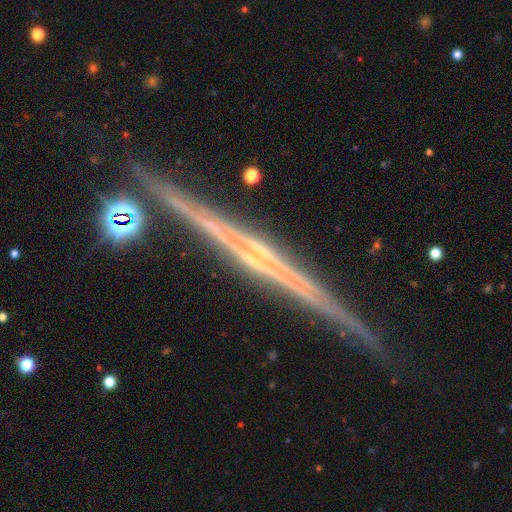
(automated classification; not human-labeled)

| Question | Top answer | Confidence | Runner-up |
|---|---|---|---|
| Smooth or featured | featured or disk | 85% | smooth (8%) |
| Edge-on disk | yes | 98% | no (2%) |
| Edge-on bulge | none | 42% | rounded (40%) |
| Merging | none | 87% | minor disturbance (9%) |